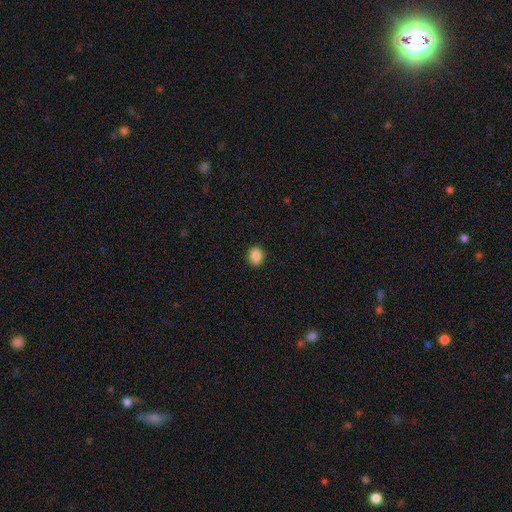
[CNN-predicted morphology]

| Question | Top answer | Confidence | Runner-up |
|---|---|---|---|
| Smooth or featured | smooth | 87% | star or artifact (9%) |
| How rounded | round | 56% | in between (43%) |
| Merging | none | 91% | minor disturbance (7%) |